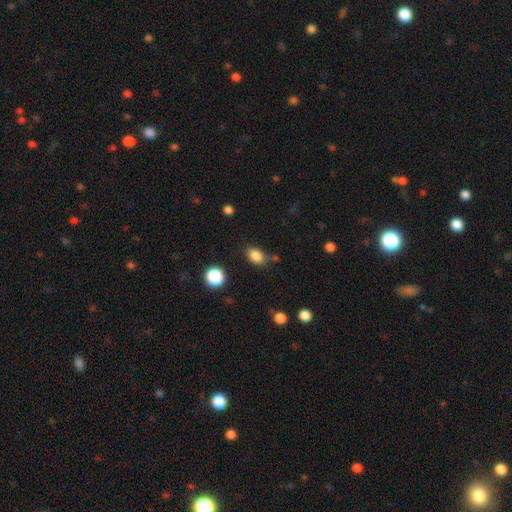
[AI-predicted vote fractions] Smooth or featured? smooth (84%)
How rounded? in between (78%)
Merging? none (70%)